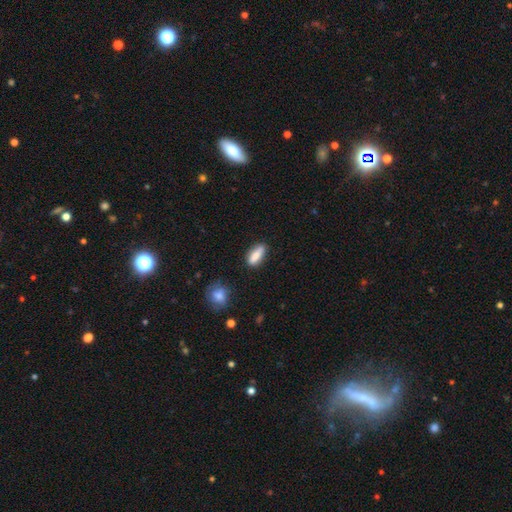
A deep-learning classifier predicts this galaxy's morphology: A smooth galaxy with no disk features (82%) that is in between round and cigar-shaped (60%).

Vote fractions:
- Smooth or featured? smooth: 82% / featured or disk: 11% / star or artifact: 7%
- How rounded? in between: 60% / cigar-shaped: 37% / round: 3%
- Merging? none: 78% / minor disturbance: 15% / major disturbance: 3% / merger: 3%